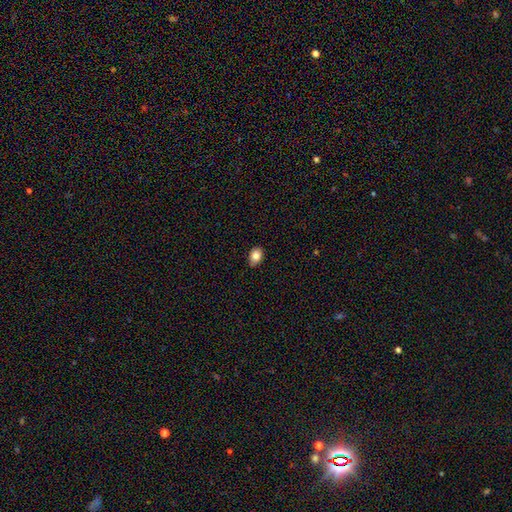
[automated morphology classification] A smooth galaxy with no disk features (82%) that is in between round and cigar-shaped (76%). Merging: none (80%).